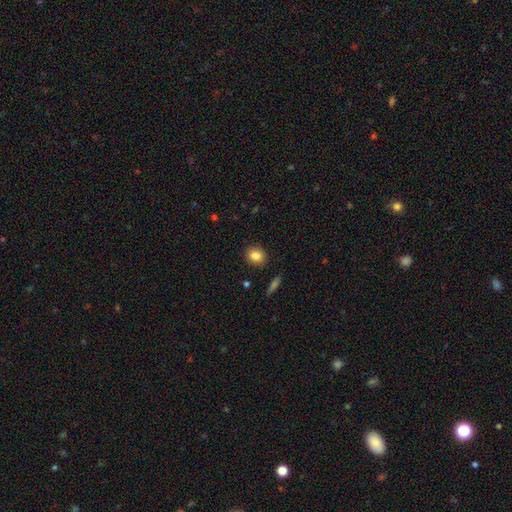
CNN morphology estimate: smooth-or-featured: smooth: 84% | star or artifact: 9% | featured or disk: 7%
  how-rounded: round: 73% | in between: 26% | cigar-shaped: 1%
  merging: none: 89% | minor disturbance: 7% | major disturbance: 2% | merger: 1%